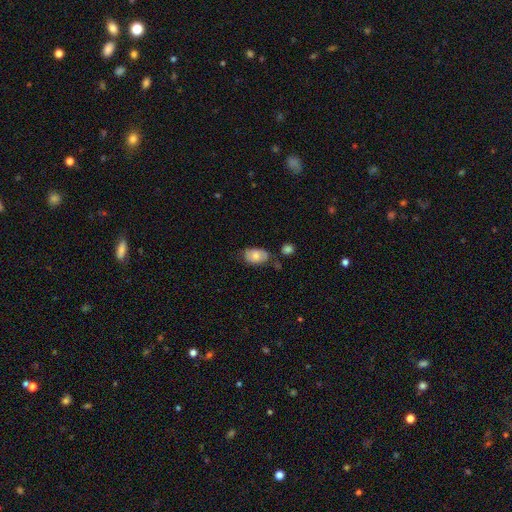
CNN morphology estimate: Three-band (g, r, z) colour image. It shows a smooth galaxy with no disk features (74%) that is in between round and cigar-shaped (89%). Merging: none (63%).